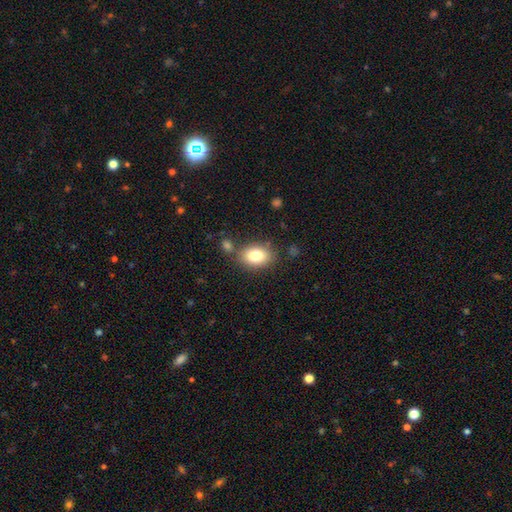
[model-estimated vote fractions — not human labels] A smooth galaxy with no disk features (81%) that is in between round and cigar-shaped (79%). Merging: none (77%).